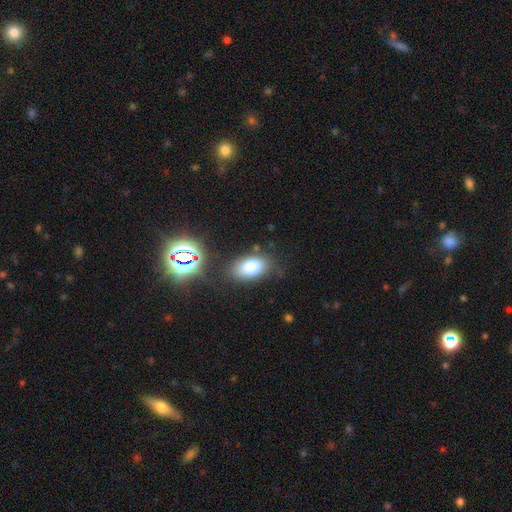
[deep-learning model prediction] The model was most divided on "smooth or featured": smooth: 53%, star or artifact: 37%, featured or disk: 11%. More confident: merging — none (81%); how rounded — in between (61%).